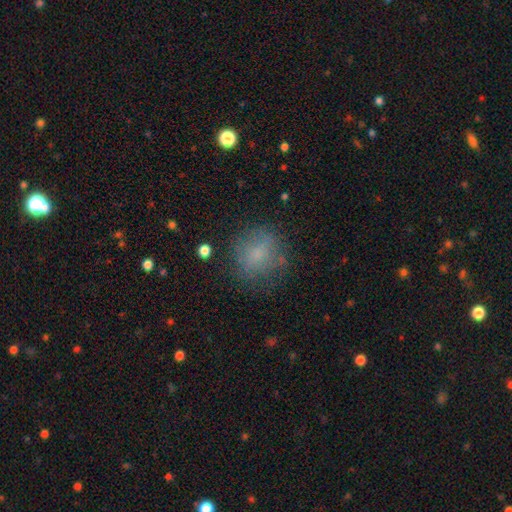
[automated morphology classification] The model was most divided on "merging": none: 73%, minor disturbance: 17%, major disturbance: 8%, merger: 2%. More confident: how rounded — round (81%); smooth or featured — smooth (72%).